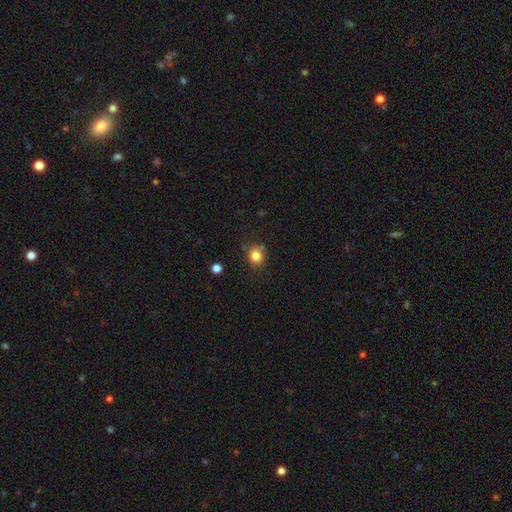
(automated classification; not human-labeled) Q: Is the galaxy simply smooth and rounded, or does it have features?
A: smooth — 83%.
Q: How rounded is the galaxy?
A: round — 82%.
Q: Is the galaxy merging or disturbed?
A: none — 77%.